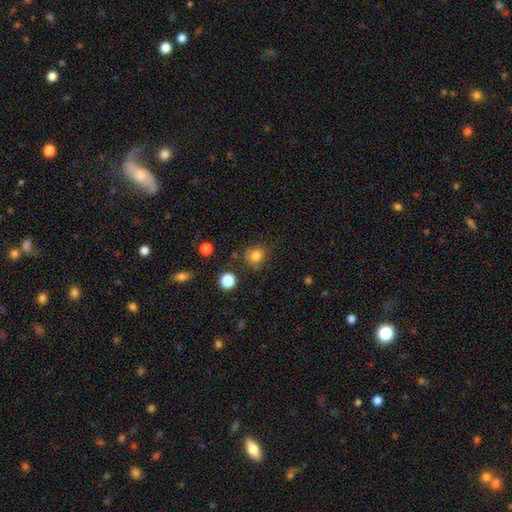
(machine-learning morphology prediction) Q: Smooth or featured?
A: smooth (80%); runner-up: star or artifact (14%)
Q: How rounded?
A: round (81%); runner-up: in between (19%)
Q: Merging?
A: none (72%); runner-up: minor disturbance (18%)